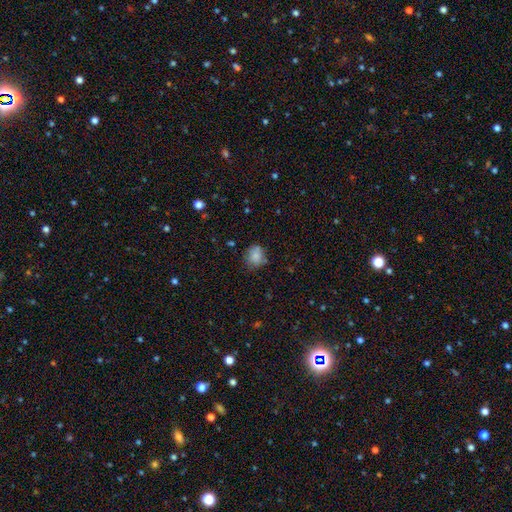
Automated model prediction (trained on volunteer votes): Smooth or featured?
  - smooth: 82% *
  - star or artifact: 10%
  - featured or disk: 8%
How rounded?
  - round: 63% *
  - in between: 36%
  - cigar-shaped: 1%
Merging?
  - none: 70% *
  - minor disturbance: 21%
  - major disturbance: 6%
  - merger: 3%